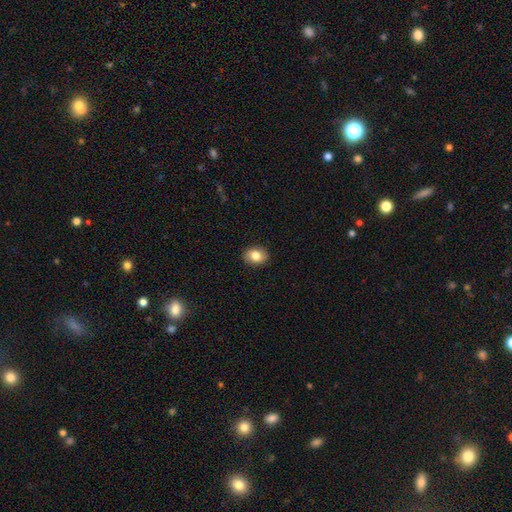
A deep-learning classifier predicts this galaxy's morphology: Smooth or featured? smooth (81%)
How rounded? in between (67%)
Merging? none (87%)